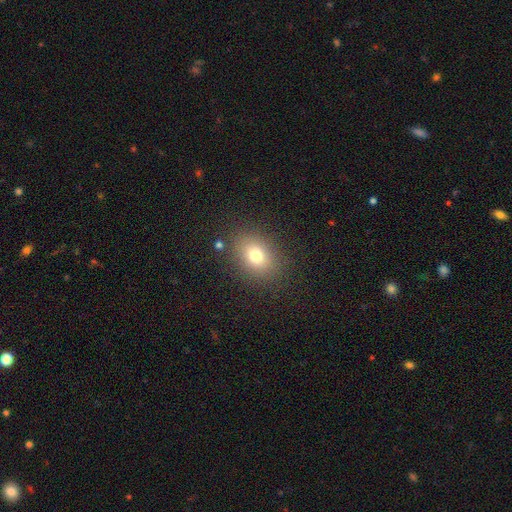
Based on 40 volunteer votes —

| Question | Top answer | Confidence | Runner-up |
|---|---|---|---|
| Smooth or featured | smooth | 78% | featured or disk (12%) |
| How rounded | in between | 77% | round (23%) |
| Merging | none | 94% | minor disturbance (6%) |